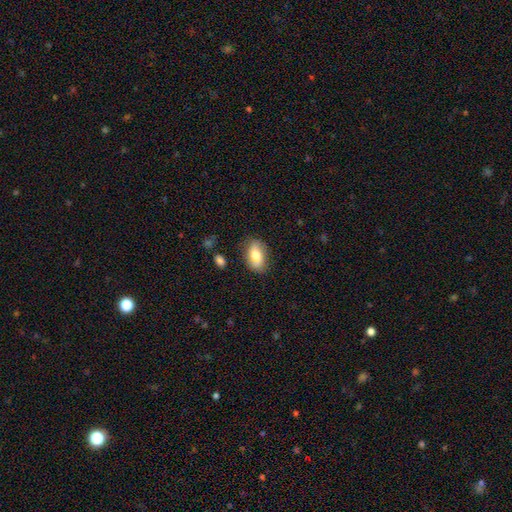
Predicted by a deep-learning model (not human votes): A smooth galaxy with no disk features (71%) that is in between round and cigar-shaped (88%). Merging: none (81%).